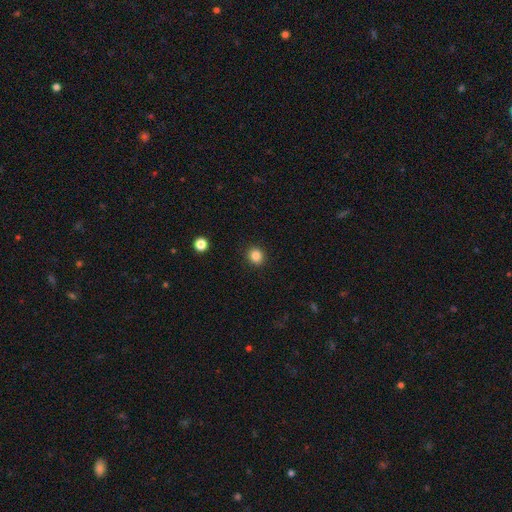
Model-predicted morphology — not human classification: Smooth or featured? Predicted: smooth (p=0.86). How rounded? Predicted: round (p=0.82). Merging? Predicted: none (p=0.91).